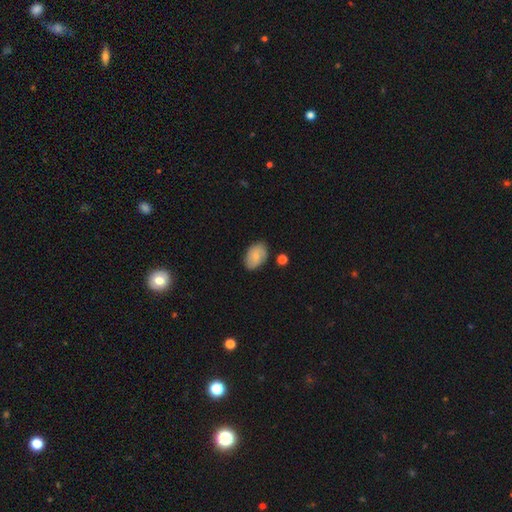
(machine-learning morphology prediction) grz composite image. It shows a smooth galaxy with no disk features (69%) that is in between round and cigar-shaped (86%). Merging: none (76%).